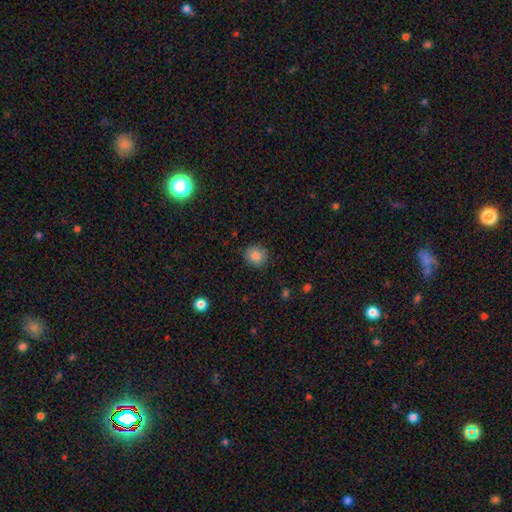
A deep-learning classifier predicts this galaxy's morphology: A smooth galaxy with no disk features (85%) that is round (83%).

Vote fractions:
- Smooth or featured? smooth: 85% / star or artifact: 10% / featured or disk: 5%
- How rounded? round: 83% / in between: 16% / cigar-shaped: 1%
- Merging? none: 87% / minor disturbance: 10% / major disturbance: 2% / merger: 1%